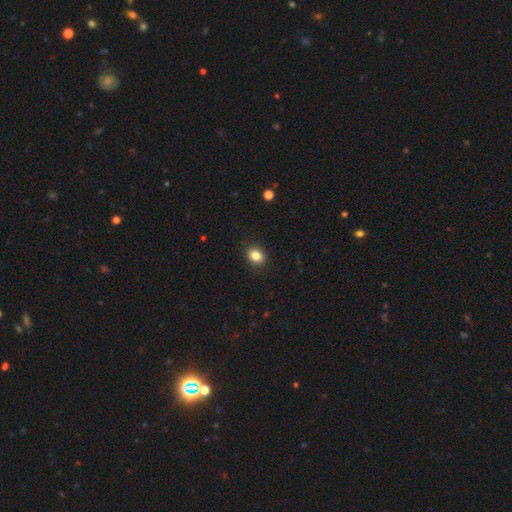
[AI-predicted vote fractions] This is clearly a smooth galaxy (85%). How rounded: possibly round (52%). Merging: clearly none (90%).